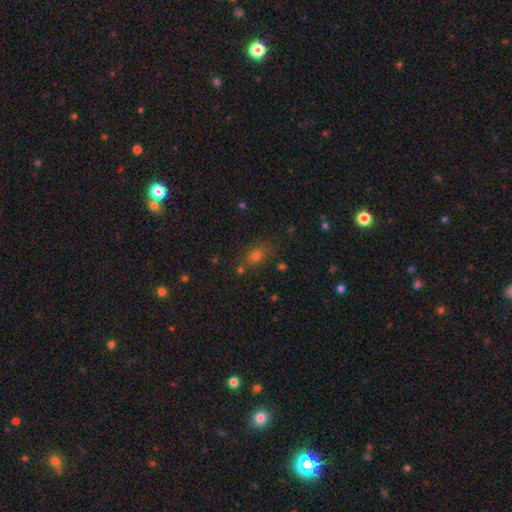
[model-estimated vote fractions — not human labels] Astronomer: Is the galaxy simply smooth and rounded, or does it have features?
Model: smooth — 67%.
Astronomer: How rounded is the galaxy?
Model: in between — 63%.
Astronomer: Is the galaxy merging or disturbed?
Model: none — 72%.